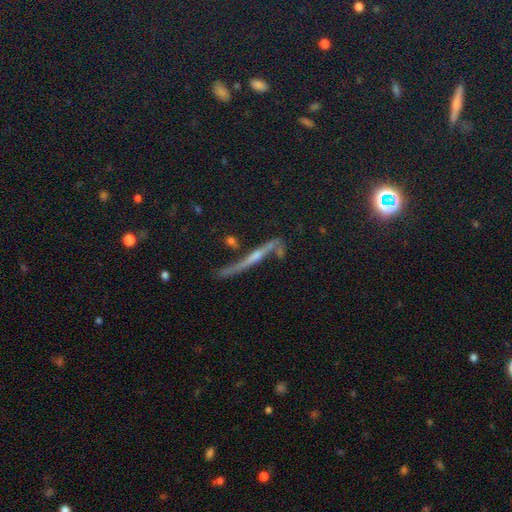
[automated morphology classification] featured or disk 63%, smooth 22%, star or artifact 15%. Down the decision tree: edge-on disk — yes (82%); edge-on bulge — rounded (54%); merging — none (55%).